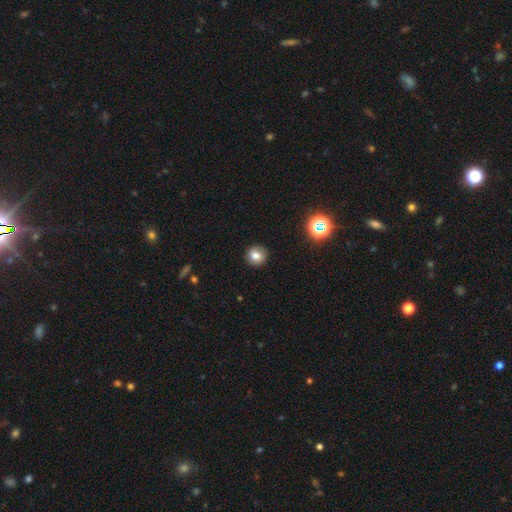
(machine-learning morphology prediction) A smooth galaxy with no disk features (77%) that is round (90%).

Vote fractions:
- Smooth or featured? smooth: 77% / star or artifact: 13% / featured or disk: 10%
- How rounded? round: 90% / in between: 9% / cigar-shaped: 1%
- Merging? none: 91% / minor disturbance: 6% / major disturbance: 2% / merger: 1%